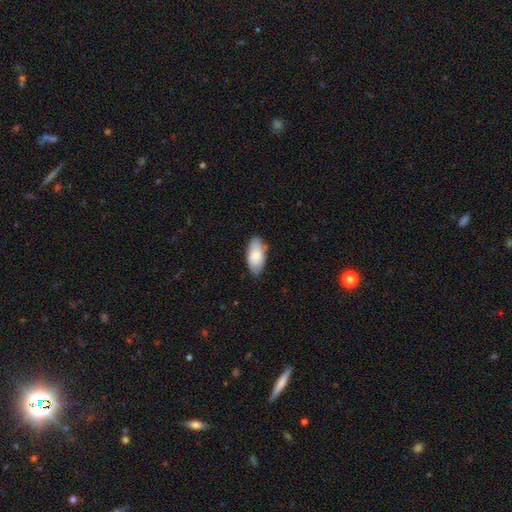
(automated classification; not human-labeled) This appears to be a smooth galaxy with no disk features (76%) that is in between round and cigar-shaped (93%). Merging: none (78%).